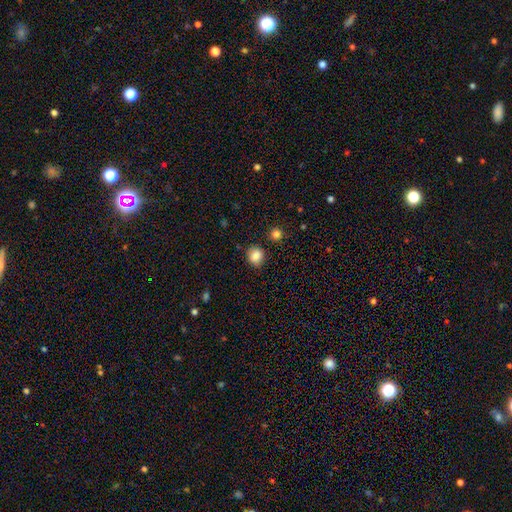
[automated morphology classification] Smooth or featured?
  - smooth: 86% *
  - star or artifact: 10%
  - featured or disk: 5%
How rounded?
  - round: 79% *
  - in between: 20%
  - cigar-shaped: 1%
Merging?
  - none: 84% *
  - minor disturbance: 10%
  - merger: 3%
  - major disturbance: 3%